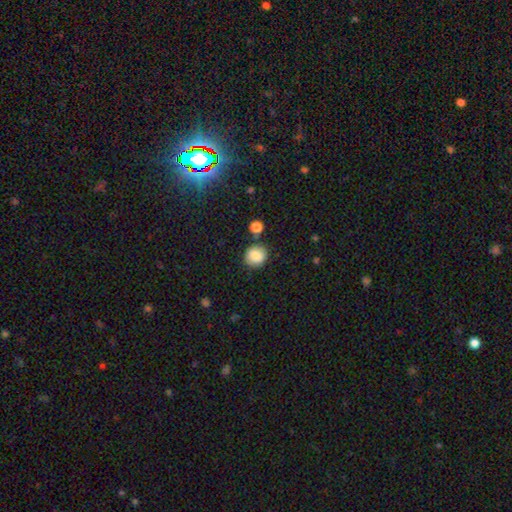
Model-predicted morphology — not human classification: Smooth or featured? Predicted: smooth (p=0.85). How rounded? Predicted: round (p=0.82). Merging? Predicted: none (p=0.80).